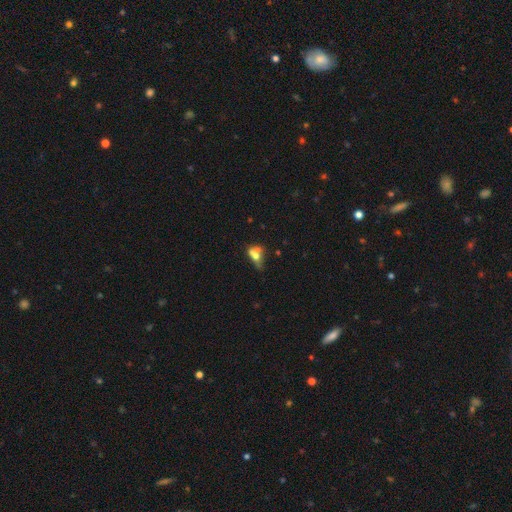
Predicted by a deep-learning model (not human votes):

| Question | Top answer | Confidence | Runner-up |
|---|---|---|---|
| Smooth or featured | smooth | 53% | featured or disk (34%) |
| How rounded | in between | 63% | round (27%) |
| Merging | merger | 53% | none (23%) |